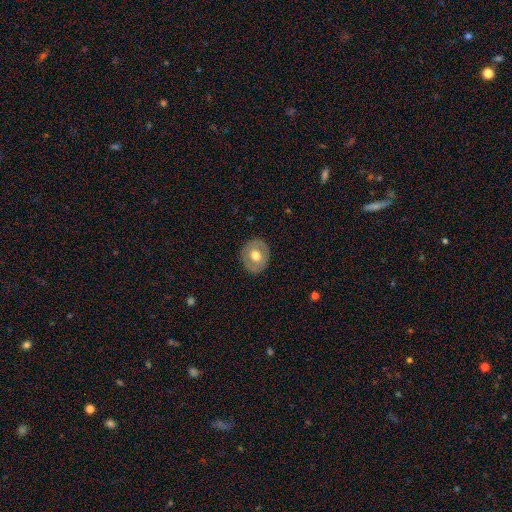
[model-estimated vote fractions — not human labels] A smooth galaxy with no disk features (52%) that is round (65%).

Vote fractions:
- Smooth or featured? smooth: 52% / featured or disk: 41% / star or artifact: 6%
- How rounded? round: 65% / in between: 34% / cigar-shaped: 1%
- Merging? none: 85% / minor disturbance: 10% / major disturbance: 3% / merger: 1%